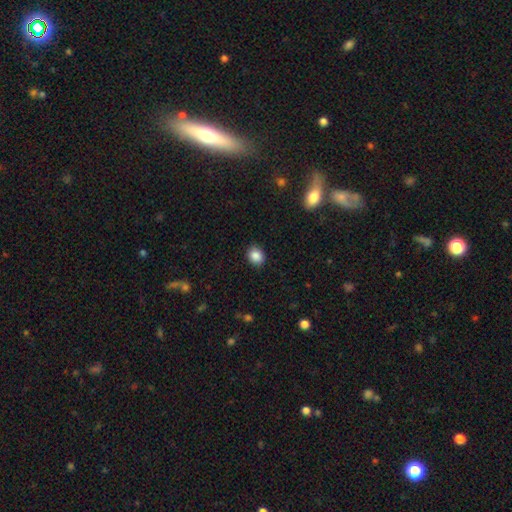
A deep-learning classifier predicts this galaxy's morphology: smooth_or_featured: smooth (p=0.87) [alt: star or artifact p=0.09]
how_rounded: round (p=0.59) [alt: in between p=0.40]
merging: none (p=0.87) [alt: minor disturbance p=0.10]